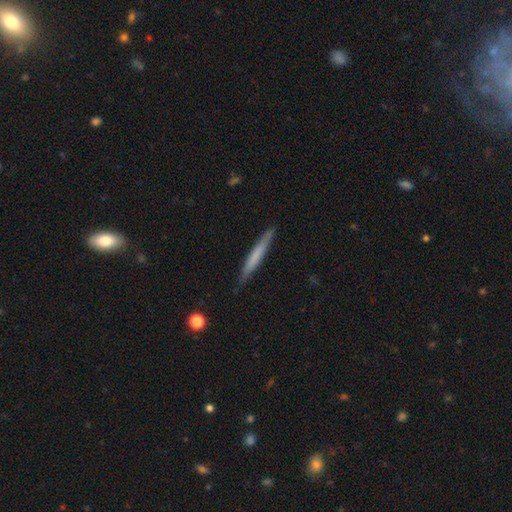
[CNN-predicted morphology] Smooth or featured?
  - smooth: 59% *
  - featured or disk: 35%
  - star or artifact: 6%
How rounded?
  - cigar-shaped: 96% *
  - in between: 3%
  - round: 1%
Merging?
  - none: 87% *
  - minor disturbance: 10%
  - major disturbance: 2%
  - merger: 1%